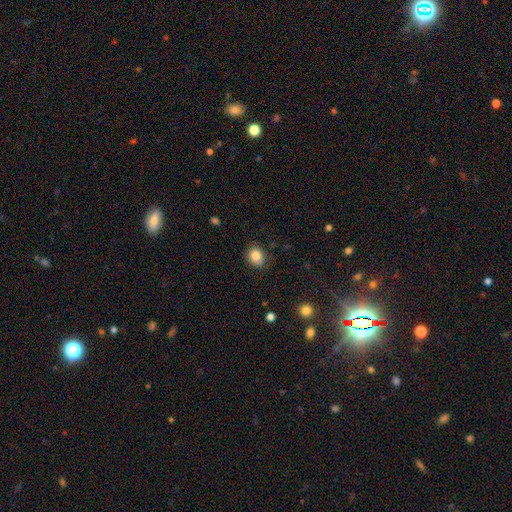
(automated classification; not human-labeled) Overall: smooth (84%). How rounded: round (58%; in between 41%). Merging: none (85%).